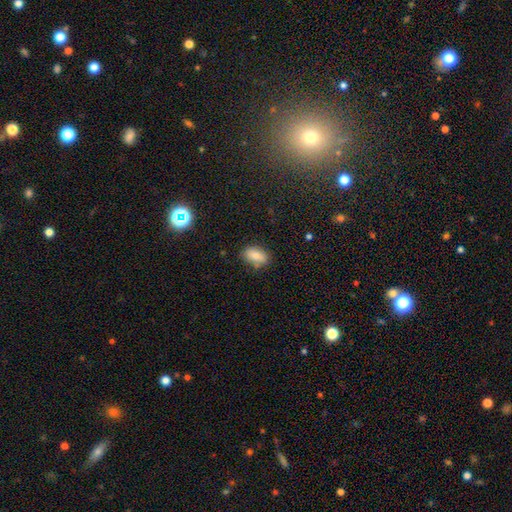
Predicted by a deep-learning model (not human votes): This appears to be a smooth galaxy with no disk features (80%) that is in between round and cigar-shaped (88%). Merging: none (77%).